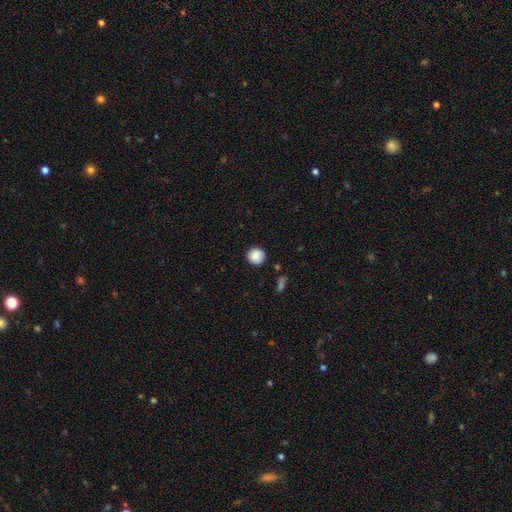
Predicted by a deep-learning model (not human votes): Morphology: type=smooth (87%); roundness=round (92%); merging=none (85%).